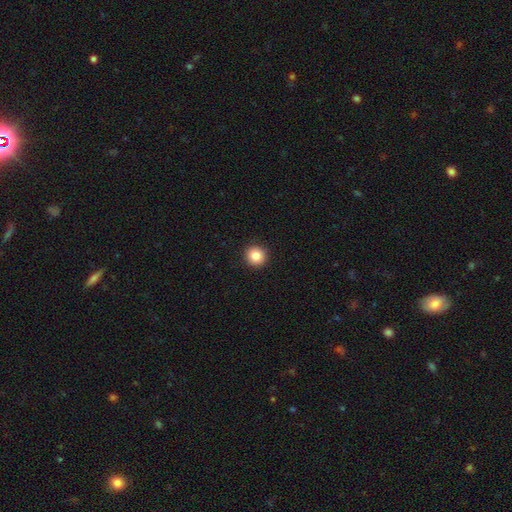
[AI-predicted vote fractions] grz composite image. It shows a smooth galaxy with no disk features (84%) that is round (94%). Merging: none (93%).